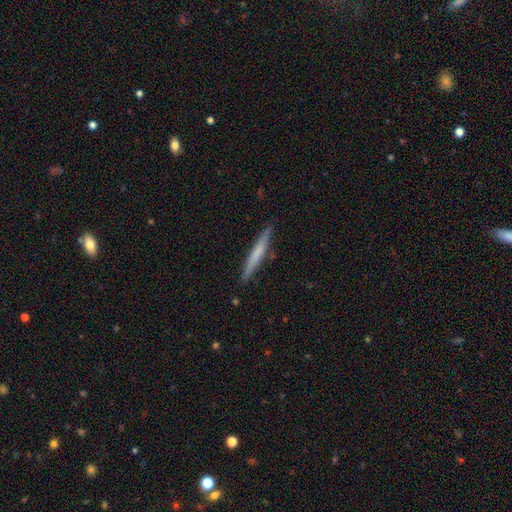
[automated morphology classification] type=smooth (59%); roundness=cigar-shaped (96%); merging=none (88%).